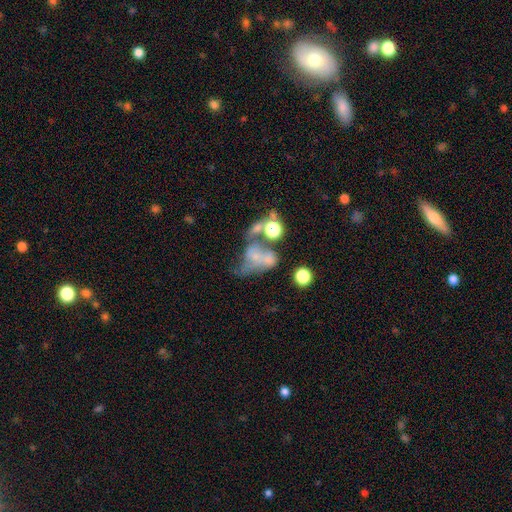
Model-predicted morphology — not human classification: A featured or disk galaxy (41%). Merging: merger (39%).